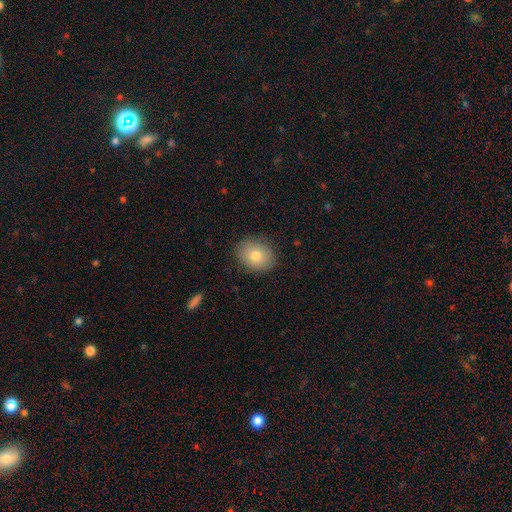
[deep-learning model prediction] smooth 79%, featured or disk 12%, star or artifact 9%. Down the decision tree: how rounded — round (56%); merging — none (87%).